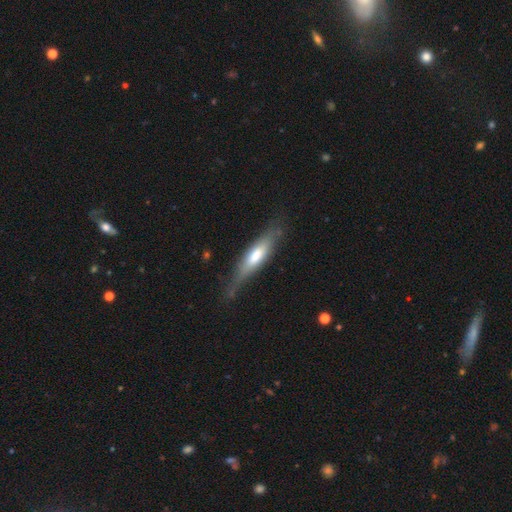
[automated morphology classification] The model was most divided on "smooth or featured": smooth: 48%, featured or disk: 45%, star or artifact: 6%. More confident: merging — none (68%).